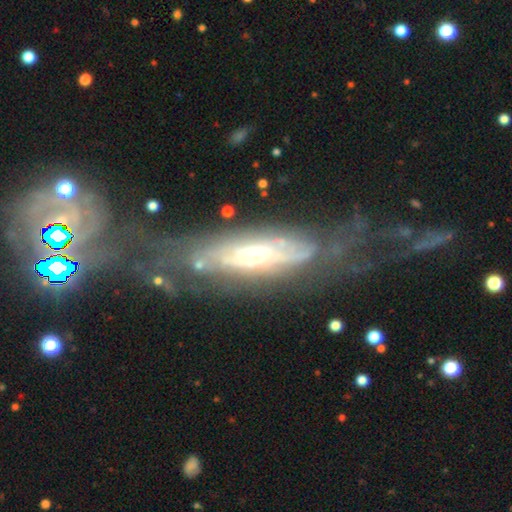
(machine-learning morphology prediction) smooth_or_featured: featured or disk (p=0.77) [alt: smooth p=0.17]
disk_edge_on: no (p=0.68) [alt: yes p=0.32]
bar: no (p=0.71) [alt: weak p=0.20]
has_spiral_arms: yes (p=0.65) [alt: no p=0.35]
bulge_size: moderate (p=0.59) [alt: small p=0.31]
merging: none (p=0.45) [alt: major disturbance p=0.26]